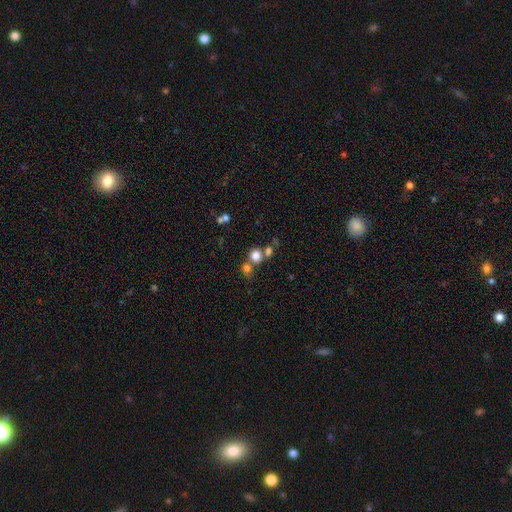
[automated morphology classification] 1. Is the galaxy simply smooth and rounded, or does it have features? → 76% smooth, 15% star or artifact, 8% featured or disk.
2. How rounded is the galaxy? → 80% round, 19% in between, 1% cigar-shaped.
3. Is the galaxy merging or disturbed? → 54% none, 33% merger, 8% minor disturbance, 5% major disturbance.